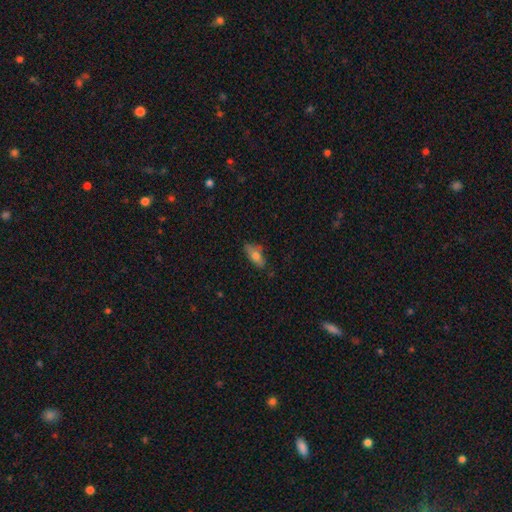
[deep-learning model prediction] This is likely a smooth galaxy (72%). How rounded: likely in between (75%). Merging: likely none (71%).